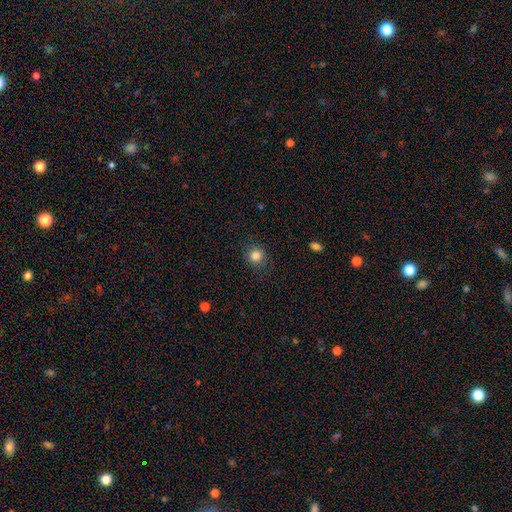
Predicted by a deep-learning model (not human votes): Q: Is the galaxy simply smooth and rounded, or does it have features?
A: smooth — 83%.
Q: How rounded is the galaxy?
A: round — 88%.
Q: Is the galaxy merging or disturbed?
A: none — 86%.